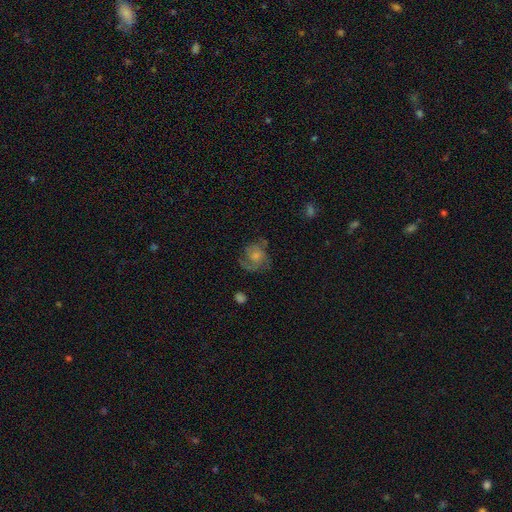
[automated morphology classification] The model was most divided on "bulge size" (2-way tie): small: 37%, moderate: 37%, none: 16%, large: 8%, dominant: 2%. More confident: edge-on disk — no (98%); spiral arms — yes (80%); bar — no (76%); smooth or featured — featured or disk (55%); merging — none (52%).